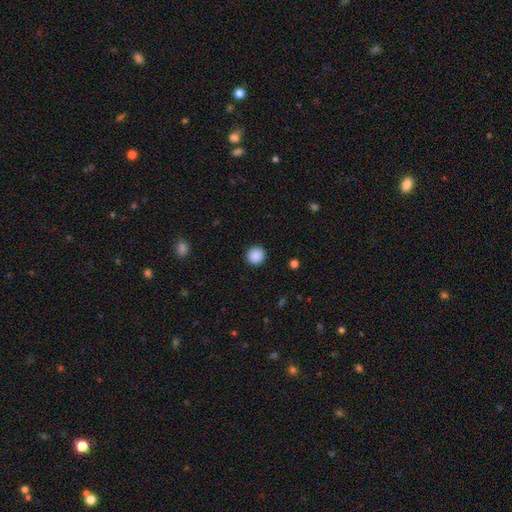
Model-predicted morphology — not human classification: Smooth or featured?
  - smooth: 89% *
  - star or artifact: 9%
  - featured or disk: 2%
How rounded?
  - round: 95% *
  - in between: 4%
  - cigar-shaped: 1%
Merging?
  - none: 92% *
  - minor disturbance: 5%
  - major disturbance: 2%
  - merger: 1%